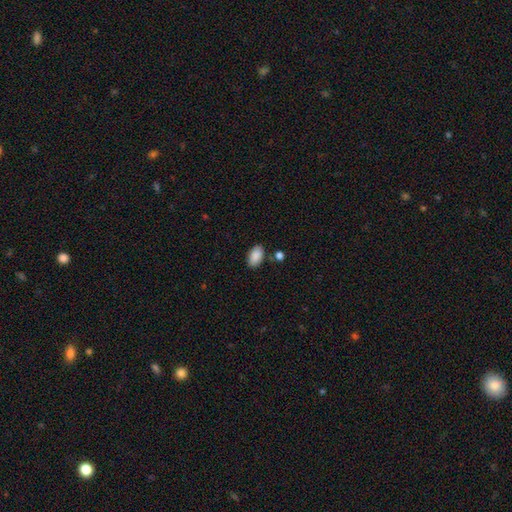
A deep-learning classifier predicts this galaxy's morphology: Overall: smooth (89%). How rounded: in between (94%). Merging: none (81%).